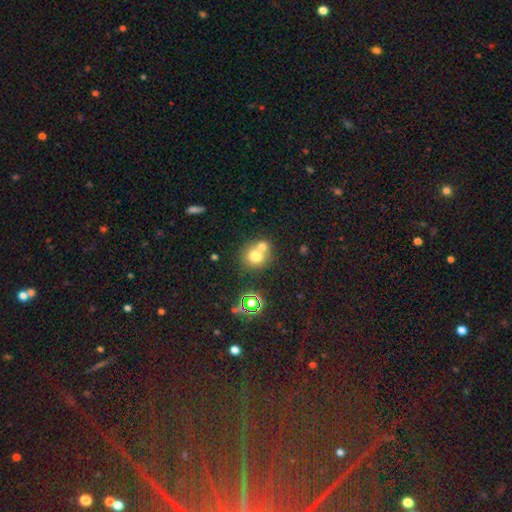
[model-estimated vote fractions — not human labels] This is likely a smooth galaxy (71%). How rounded: clearly round (83%). Merging: possibly merger (52%).